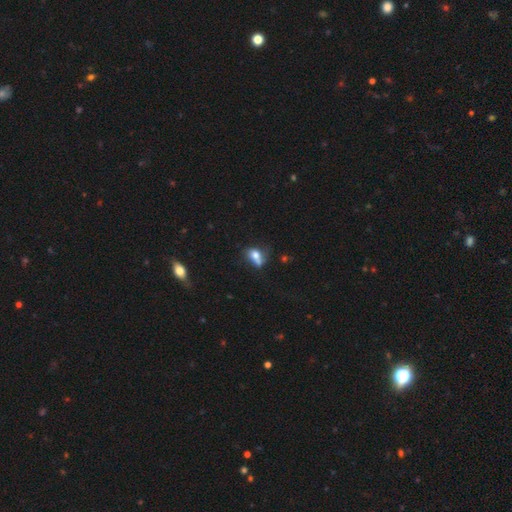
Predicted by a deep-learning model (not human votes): Q: Smooth or featured?
A: smooth (69%); runner-up: featured or disk (20%)
Q: How rounded?
A: in between (68%); runner-up: round (28%)
Q: Merging?
A: none (32%); runner-up: merger (29%)